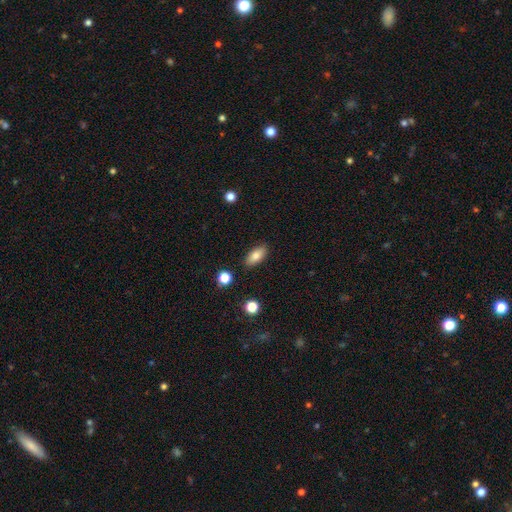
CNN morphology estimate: Smooth or featured: smooth — 80% (featured or disk — 12%)
How rounded: in between — 86% (cigar-shaped — 11%)
Merging: none — 88% (minor disturbance — 9%)